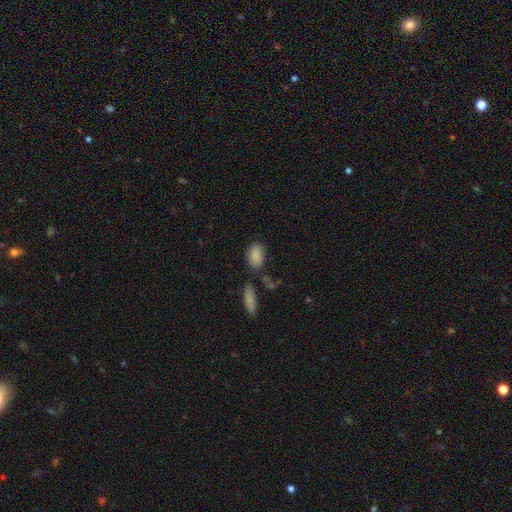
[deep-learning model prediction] smooth 87%, star or artifact 8%, featured or disk 6%. Down the decision tree: how rounded — in between (91%); merging — none (69%).